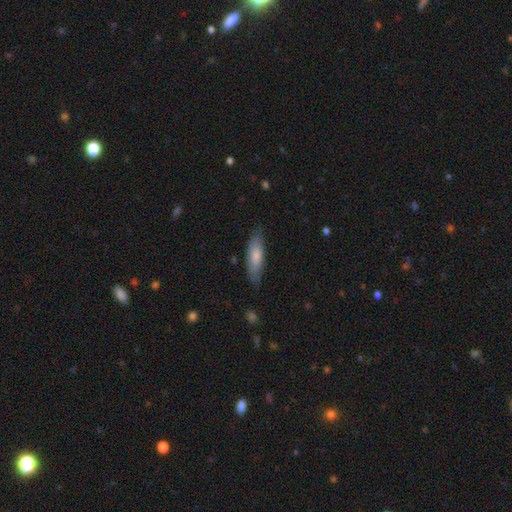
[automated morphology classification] Smooth or featured? smooth (74%)
How rounded? cigar-shaped (53%)
Merging? none (79%)